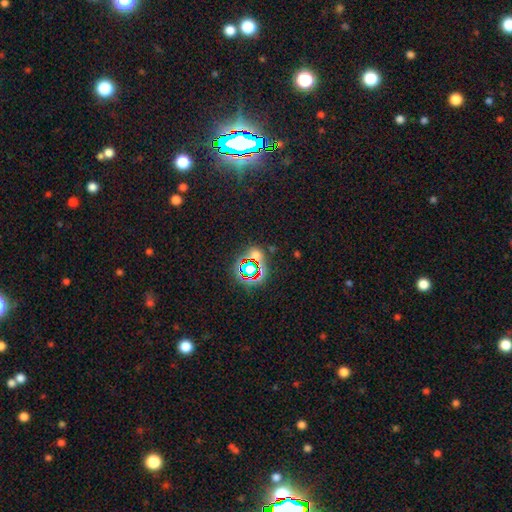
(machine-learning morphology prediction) Smooth or featured? star or artifact (60%)